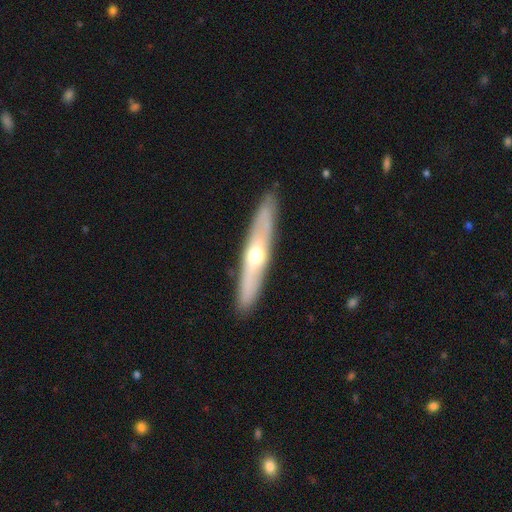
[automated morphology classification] smooth_or_featured: featured or disk (p=0.57) [alt: smooth p=0.38]
disk_edge_on: yes (p=0.78) [alt: no p=0.22]
merging: none (p=0.89) [alt: minor disturbance p=0.08]